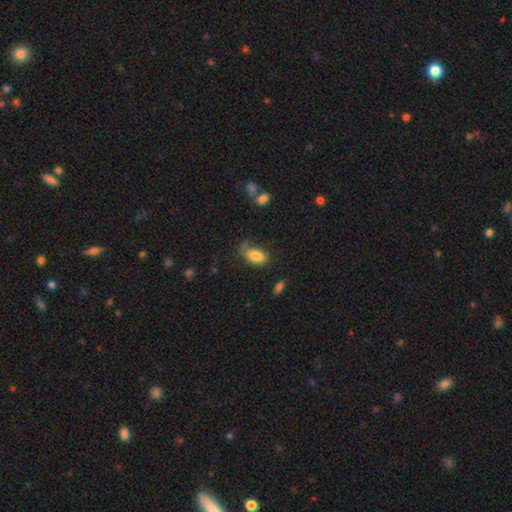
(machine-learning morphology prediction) The model was most divided on "merging": none: 53%, minor disturbance: 27%, major disturbance: 15%, merger: 4%. More confident: how rounded — in between (92%); smooth or featured — smooth (83%).